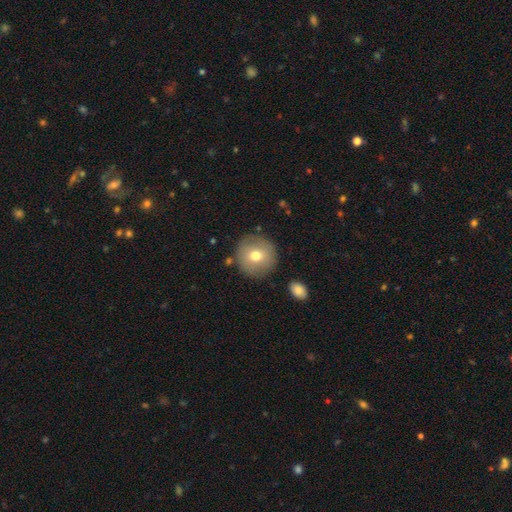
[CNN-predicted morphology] smooth 73%, featured or disk 19%, star or artifact 9%. Down the decision tree: how rounded — round (94%); merging — none (86%).